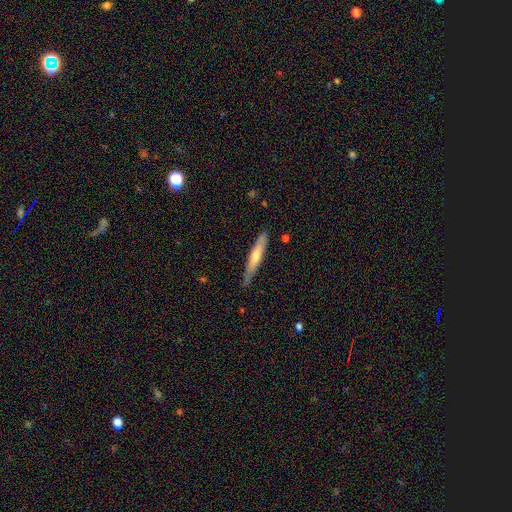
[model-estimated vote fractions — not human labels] Smooth or featured: featured or disk — 48% (smooth — 46%)
Merging: none — 80% (minor disturbance — 16%)